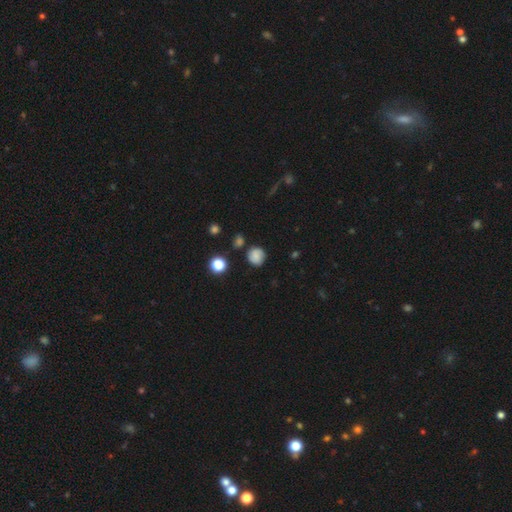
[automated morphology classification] The model was most divided on "merging": none: 77%, minor disturbance: 15%, merger: 4%, major disturbance: 4%. More confident: how rounded — round (88%); smooth or featured — smooth (80%).